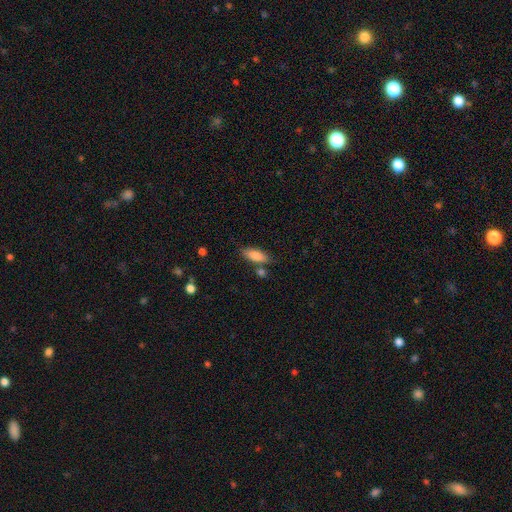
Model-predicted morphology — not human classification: Overall: smooth (82%). How rounded: in between (72%). Merging: none (74%).